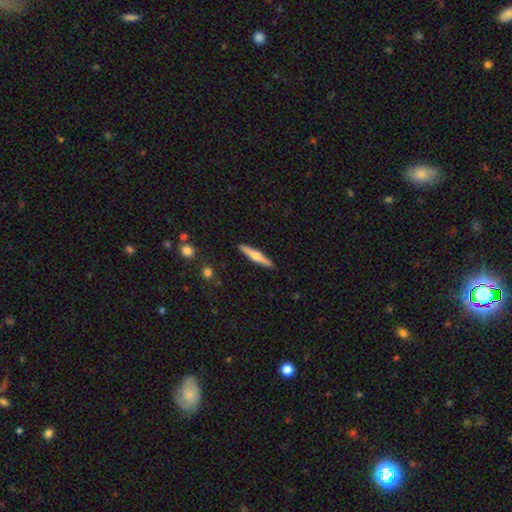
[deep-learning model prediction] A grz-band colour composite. It shows a featured or disk galaxy (55%) viewed edge-on (97%) with a rounded central bulge (84%). Merging: none (91%).